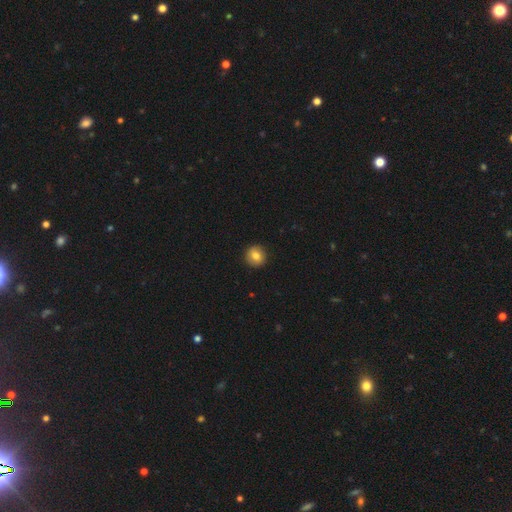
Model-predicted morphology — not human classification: This appears to be a smooth galaxy with no disk features (80%) that is round (91%). Merging: none (91%).